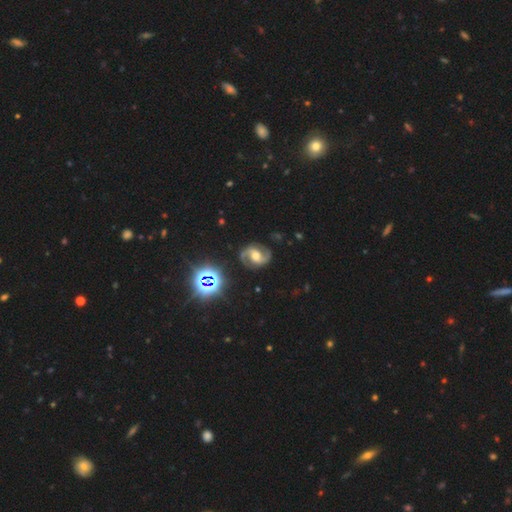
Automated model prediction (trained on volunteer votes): smooth-or-featured: featured or disk: 86% | star or artifact: 8% | smooth: 6%
  disk-edge-on: no: 98% | yes: 2%
    bar: weak: 42% | no: 36% | strong: 22%
    has-spiral-arms: yes: 97% | no: 3%
      spiral-winding: medium: 60% | tight: 21% | loose: 19%
      spiral-arm-count: 2: 94% | can't tell: 2% | 1: 1% | 3: 1% | 4: 1% | more than 4: 1%
    bulge-size: moderate: 69% | small: 14% | large: 14% | none: 2% | dominant: 1%
  merging: none: 84% | minor disturbance: 11% | major disturbance: 4% | merger: 1%